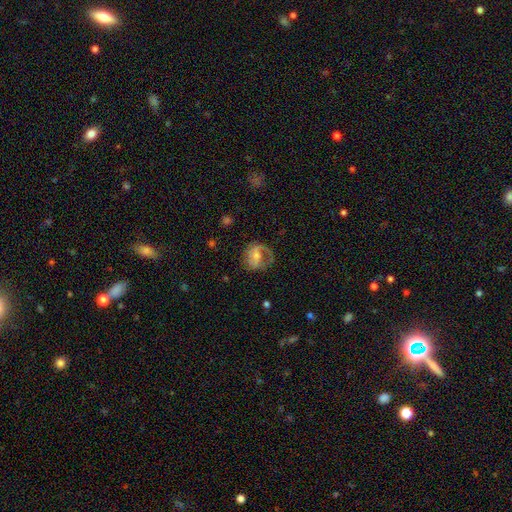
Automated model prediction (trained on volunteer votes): Morphology: type=featured or disk (59%); edge-on=no (97%); bar=no (44%); spiral arms=yes (75%); bulge=small (46%); merging=none (49%).